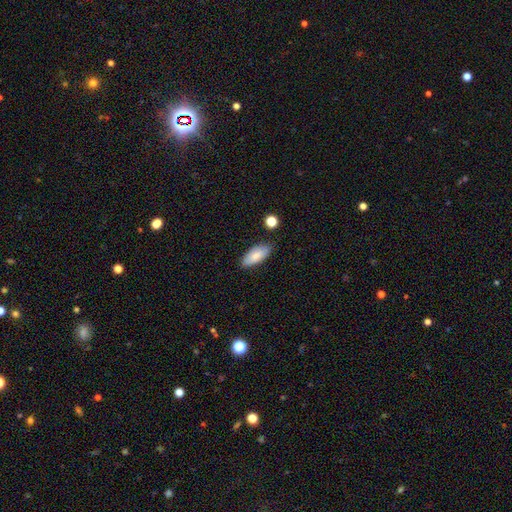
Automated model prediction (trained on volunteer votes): Q: Smooth or featured?
A: smooth (81%); runner-up: featured or disk (12%)
Q: How rounded?
A: in between (87%); runner-up: cigar-shaped (11%)
Q: Merging?
A: none (81%); runner-up: minor disturbance (14%)